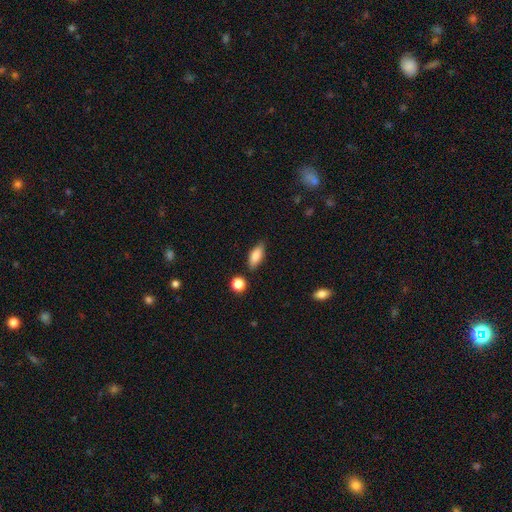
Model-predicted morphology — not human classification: Smooth or featured? smooth (83%)
How rounded? in between (80%)
Merging? none (77%)